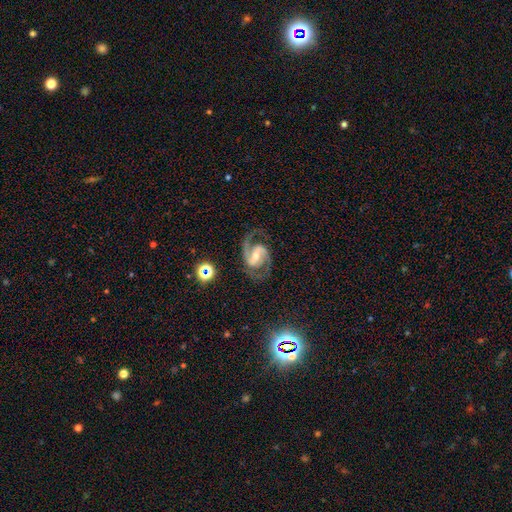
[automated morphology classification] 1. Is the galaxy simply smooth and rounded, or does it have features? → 91% featured or disk, 5% star or artifact, 3% smooth.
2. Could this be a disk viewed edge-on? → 98% no, 2% yes.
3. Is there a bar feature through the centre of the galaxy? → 45% weak, 37% strong, 18% no.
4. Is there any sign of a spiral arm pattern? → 98% yes, 2% no.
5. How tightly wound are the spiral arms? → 65% medium, 22% tight, 14% loose.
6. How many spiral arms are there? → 93% 2, 2% 1, 2% can't tell, 2% 3, 1% 4, 1% more than 4.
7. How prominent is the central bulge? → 56% moderate, 37% small, 3% large, 2% none, 1% dominant.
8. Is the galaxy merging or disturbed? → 77% none, 14% minor disturbance, 7% major disturbance, 2% merger.